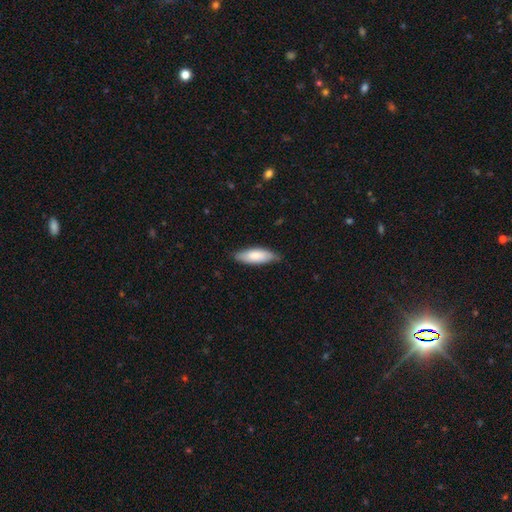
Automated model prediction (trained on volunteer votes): Q: Smooth or featured?
A: smooth (79%); runner-up: featured or disk (16%)
Q: How rounded?
A: in between (64%); runner-up: cigar-shaped (34%)
Q: Merging?
A: none (79%); runner-up: minor disturbance (17%)